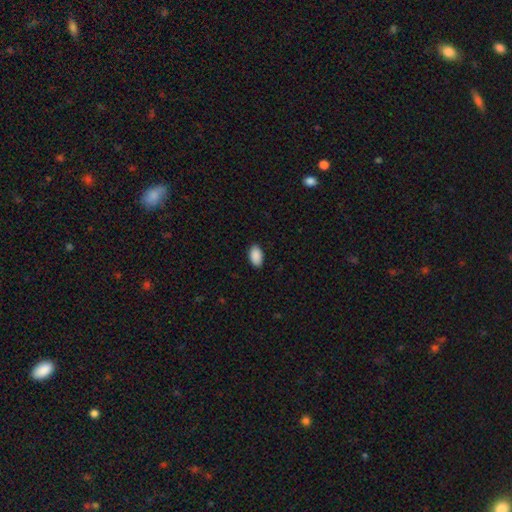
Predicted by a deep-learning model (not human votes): This is clearly a smooth galaxy (91%). How rounded: clearly in between (94%). Merging: clearly none (89%).